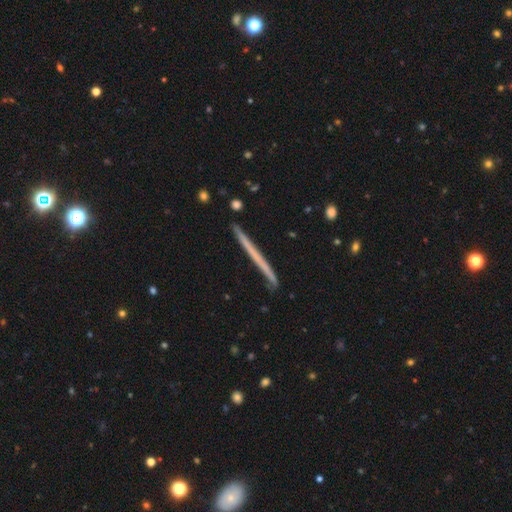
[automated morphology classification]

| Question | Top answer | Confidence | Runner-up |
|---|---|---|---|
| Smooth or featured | featured or disk | 53% | smooth (41%) |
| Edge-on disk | yes | 98% | no (2%) |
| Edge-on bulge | none | 91% | rounded (6%) |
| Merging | none | 90% | minor disturbance (8%) |